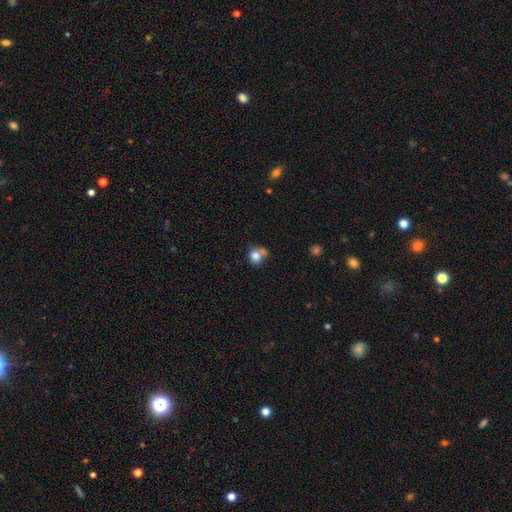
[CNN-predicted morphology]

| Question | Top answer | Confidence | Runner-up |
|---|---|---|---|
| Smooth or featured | smooth | 79% | featured or disk (11%) |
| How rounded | round | 72% | in between (27%) |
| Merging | none | 41% | minor disturbance (24%) |